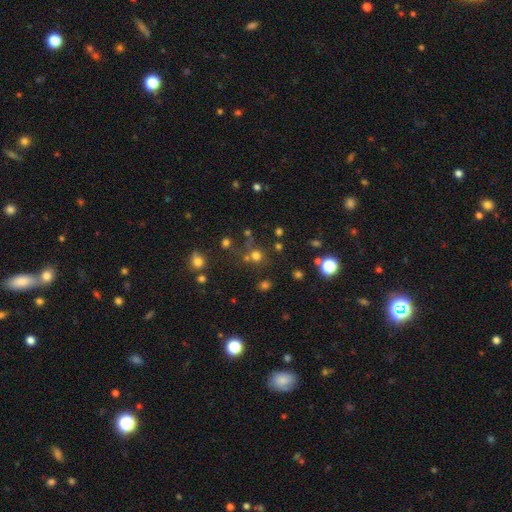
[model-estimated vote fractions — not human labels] This appears to be a smooth galaxy with no disk features (64%) that is round (89%). Merging: none (66%).